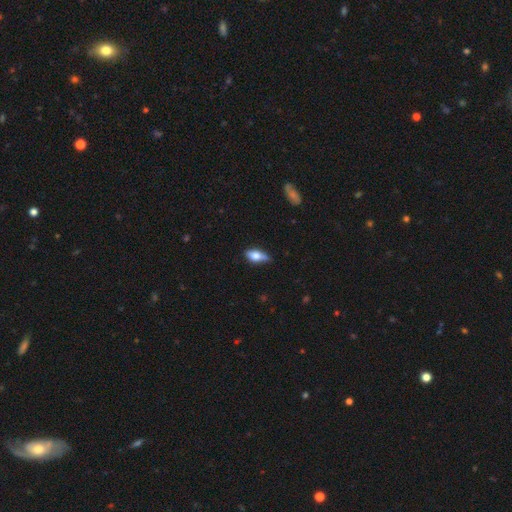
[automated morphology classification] Smooth or featured? smooth (64%)
How rounded? in between (81%)
Merging? none (59%)